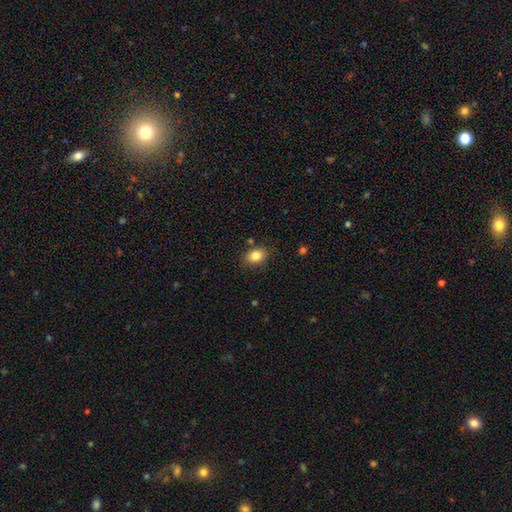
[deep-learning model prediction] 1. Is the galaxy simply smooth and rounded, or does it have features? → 84% smooth, 9% star or artifact, 7% featured or disk.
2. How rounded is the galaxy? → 78% in between, 21% round, 1% cigar-shaped.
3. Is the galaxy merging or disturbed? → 83% none, 12% minor disturbance, 3% merger, 3% major disturbance.